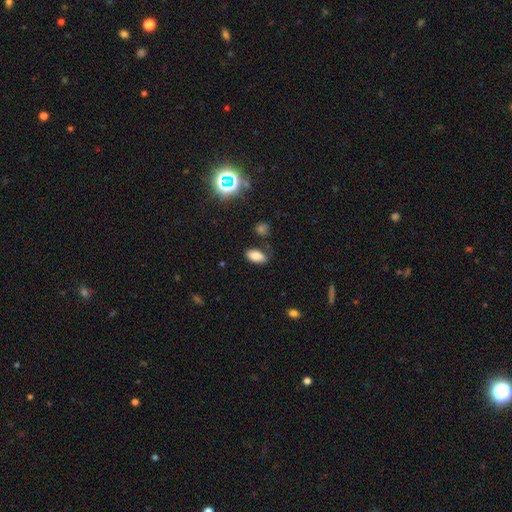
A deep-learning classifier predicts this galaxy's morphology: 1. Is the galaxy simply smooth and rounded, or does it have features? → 79% smooth, 11% star or artifact, 10% featured or disk.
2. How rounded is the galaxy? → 92% in between, 4% round, 4% cigar-shaped.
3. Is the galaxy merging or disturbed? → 74% none, 19% minor disturbance, 5% major disturbance, 3% merger.